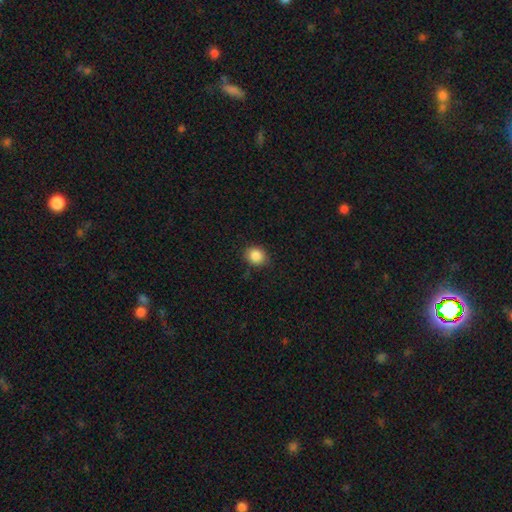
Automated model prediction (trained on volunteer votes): Smooth or featured?
  - smooth: 87% *
  - star or artifact: 9%
  - featured or disk: 4%
How rounded?
  - round: 69% *
  - in between: 31%
  - cigar-shaped: 1%
Merging?
  - none: 84% *
  - minor disturbance: 13%
  - major disturbance: 3%
  - merger: 1%